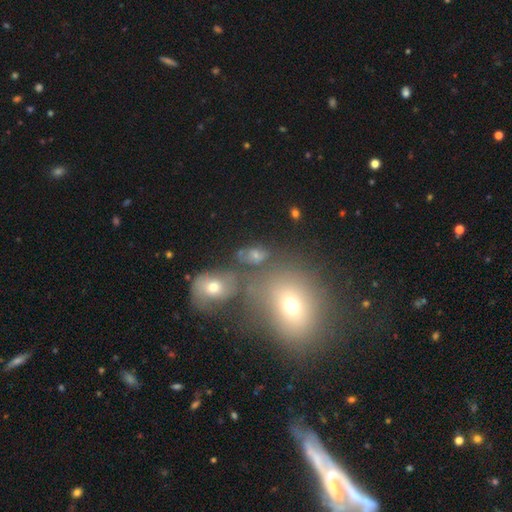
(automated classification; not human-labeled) This is possibly a smooth galaxy (55%). How rounded: possibly in between (52%). Merging: possibly none (46%).